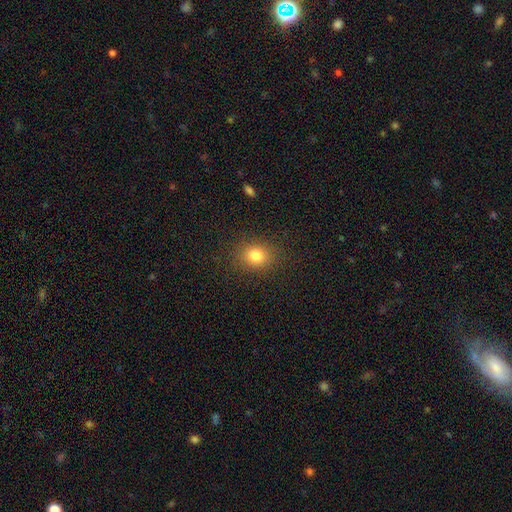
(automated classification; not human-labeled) Morphology: type=smooth (80%); roundness=round (65%); merging=none (87%).